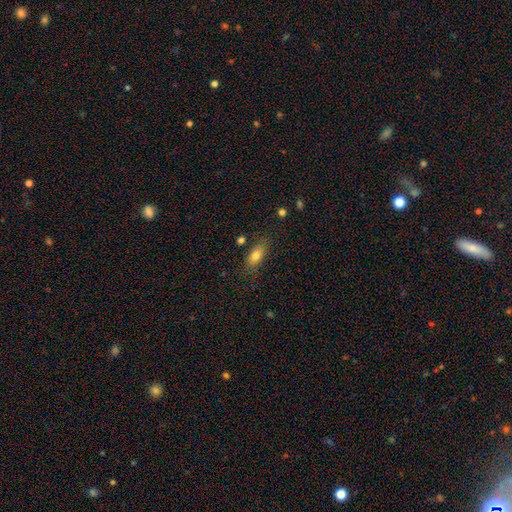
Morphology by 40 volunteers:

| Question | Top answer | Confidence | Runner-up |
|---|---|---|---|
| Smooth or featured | smooth | 75% | featured or disk (15%) |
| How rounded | in between | 70% | cigar-shaped (23%) |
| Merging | none | 56% | minor disturbance (36%) |